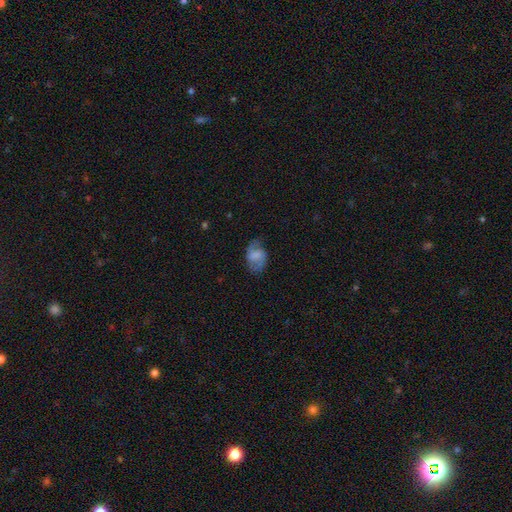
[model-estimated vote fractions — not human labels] Smooth or featured?
  - smooth: 52% *
  - featured or disk: 39%
  - star or artifact: 9%
How rounded?
  - in between: 83% *
  - round: 16%
  - cigar-shaped: 2%
Merging?
  - none: 61% *
  - minor disturbance: 25%
  - major disturbance: 12%
  - merger: 2%